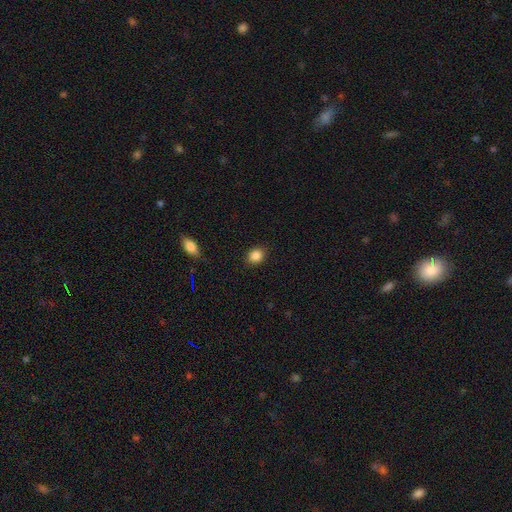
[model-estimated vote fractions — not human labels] A smooth galaxy with no disk features (86%) that is round (58%). Merging: none (89%).